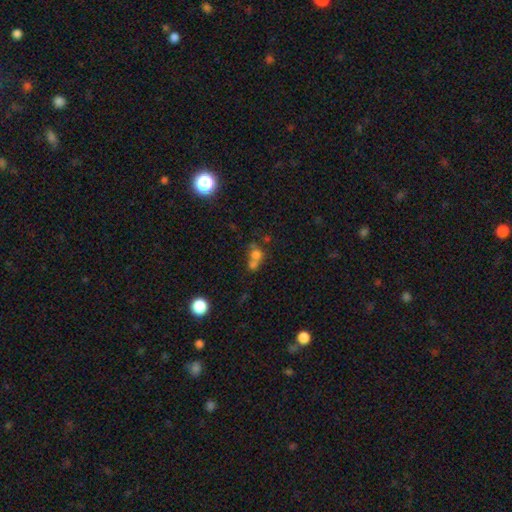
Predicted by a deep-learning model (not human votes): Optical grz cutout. It shows a smooth galaxy with no disk features (67%) that is round (74%). Merging: merger (58%).